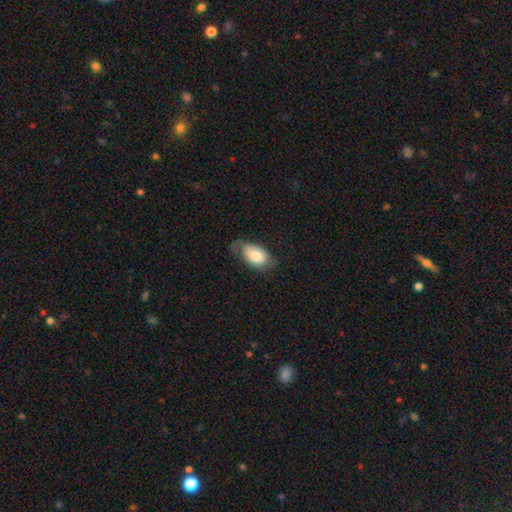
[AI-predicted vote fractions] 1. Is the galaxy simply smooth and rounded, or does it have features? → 75% smooth, 18% featured or disk, 6% star or artifact.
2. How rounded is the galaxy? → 92% in between, 6% round, 2% cigar-shaped.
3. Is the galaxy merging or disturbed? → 43% none, 37% minor disturbance, 18% major disturbance, 2% merger.